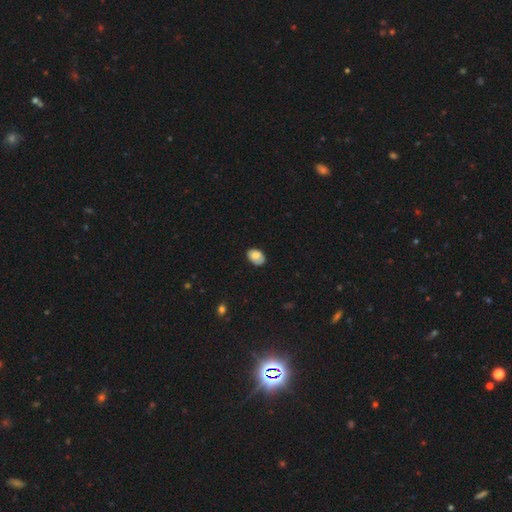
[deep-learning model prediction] Smooth or featured?
  - smooth: 78% *
  - featured or disk: 15%
  - star or artifact: 7%
How rounded?
  - in between: 80% *
  - round: 19%
  - cigar-shaped: 1%
Merging?
  - none: 74% *
  - minor disturbance: 21%
  - major disturbance: 4%
  - merger: 1%